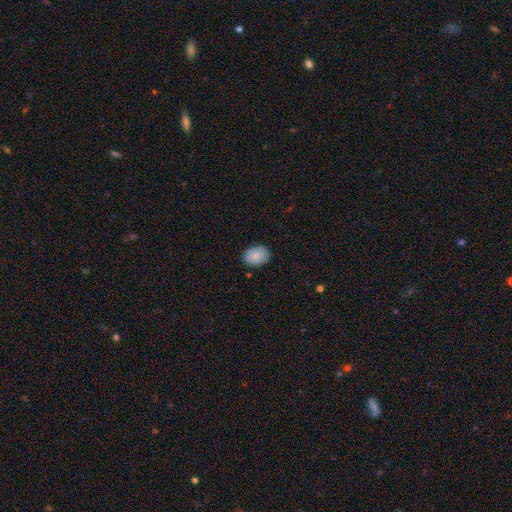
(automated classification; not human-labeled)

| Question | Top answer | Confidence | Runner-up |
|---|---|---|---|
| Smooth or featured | smooth | 85% | featured or disk (8%) |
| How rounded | in between | 65% | round (35%) |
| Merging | none | 85% | minor disturbance (12%) |